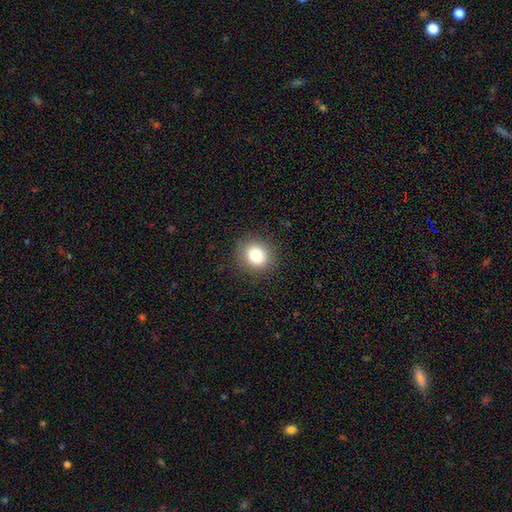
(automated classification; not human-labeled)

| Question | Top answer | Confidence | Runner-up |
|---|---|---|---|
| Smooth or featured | smooth | 82% | star or artifact (11%) |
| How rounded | round | 75% | in between (24%) |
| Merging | none | 88% | minor disturbance (8%) |